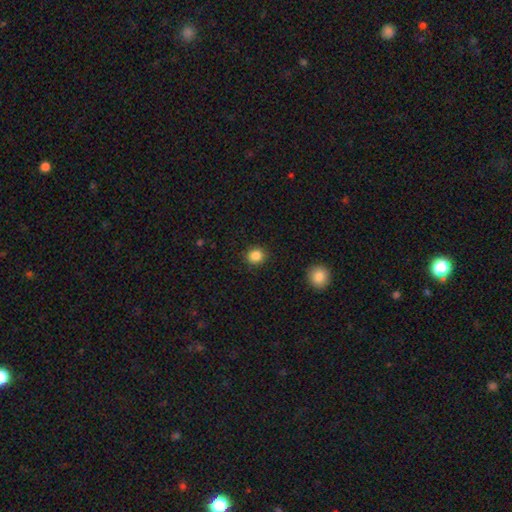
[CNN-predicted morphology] Smooth or featured? smooth (86%)
How rounded? round (84%)
Merging? none (90%)